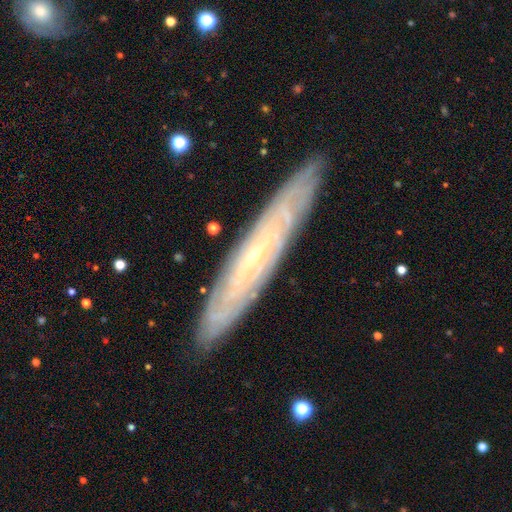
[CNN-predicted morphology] The model was most divided on "edge-on disk": no: 52%, yes: 48%. More confident: merging — none (88%); smooth or featured — featured or disk (78%).